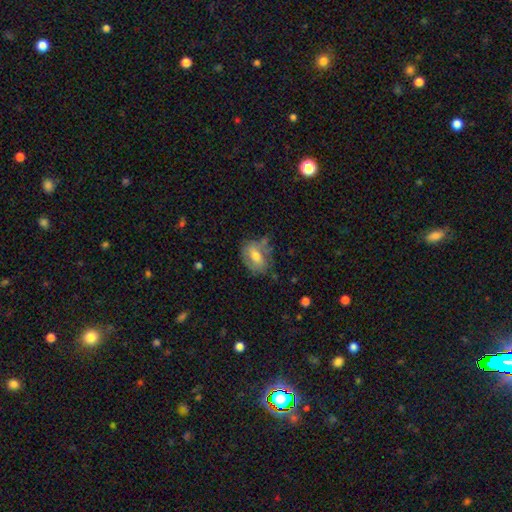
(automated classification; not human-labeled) A smooth galaxy with no disk features (62%) that is in between round and cigar-shaped (70%).

Vote fractions:
- Smooth or featured? smooth: 62% / featured or disk: 30% / star or artifact: 8%
- How rounded? in between: 70% / round: 28% / cigar-shaped: 2%
- Merging? none: 58% / minor disturbance: 27% / major disturbance: 10% / merger: 6%